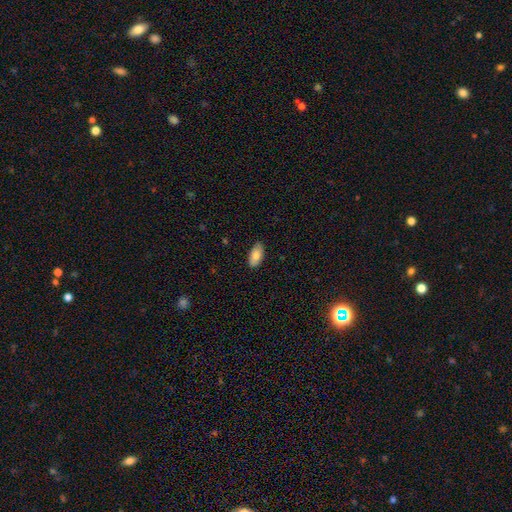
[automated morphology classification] Smooth or featured: smooth — 79% (featured or disk — 14%)
How rounded: in between — 94% (cigar-shaped — 4%)
Merging: none — 84% (minor disturbance — 13%)